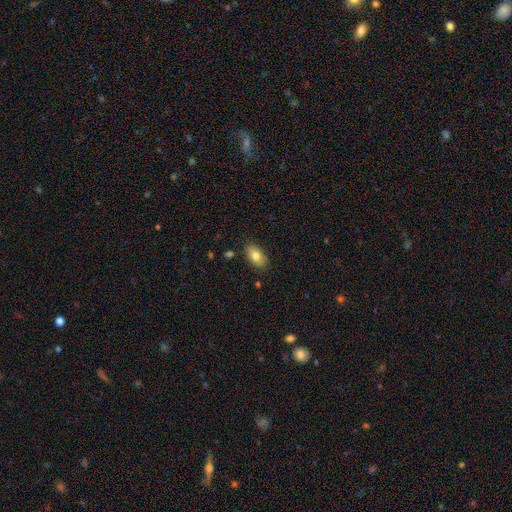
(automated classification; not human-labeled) Smooth or featured? smooth (80%)
How rounded? in between (92%)
Merging? none (85%)